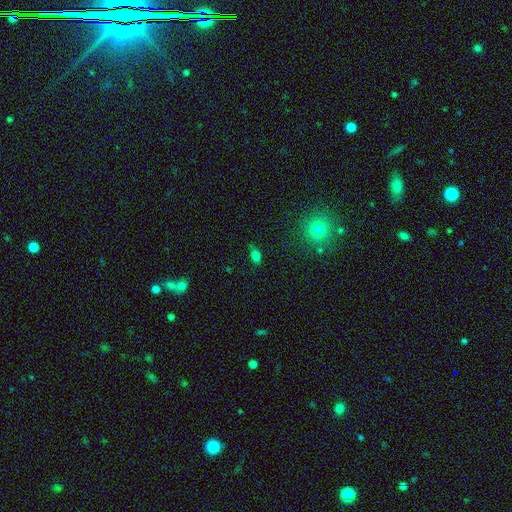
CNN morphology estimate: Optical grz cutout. It shows a smooth galaxy with no disk features (77%) that is in between round and cigar-shaped (83%). Merging: none (75%).